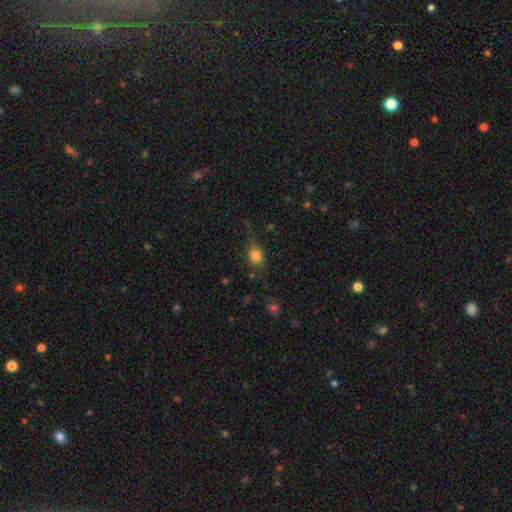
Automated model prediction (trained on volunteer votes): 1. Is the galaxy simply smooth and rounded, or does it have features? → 80% smooth, 12% star or artifact, 8% featured or disk.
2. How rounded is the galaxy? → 63% round, 35% in between, 2% cigar-shaped.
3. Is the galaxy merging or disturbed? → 66% none, 21% minor disturbance, 10% major disturbance, 3% merger.